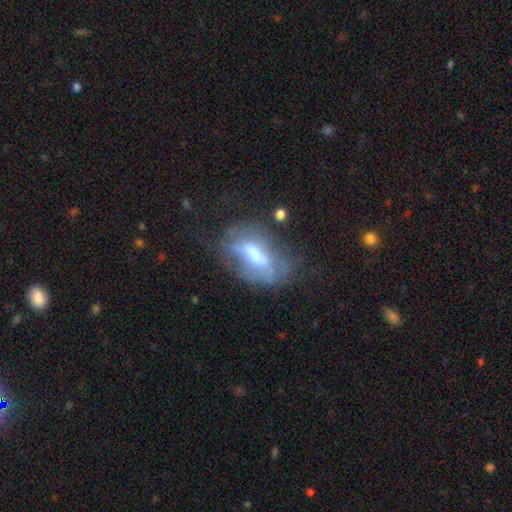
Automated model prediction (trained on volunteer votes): Smooth or featured? Predicted: featured or disk (p=0.52). Edge-on disk? Predicted: no (p=0.89). Merging? Predicted: none (p=0.39).